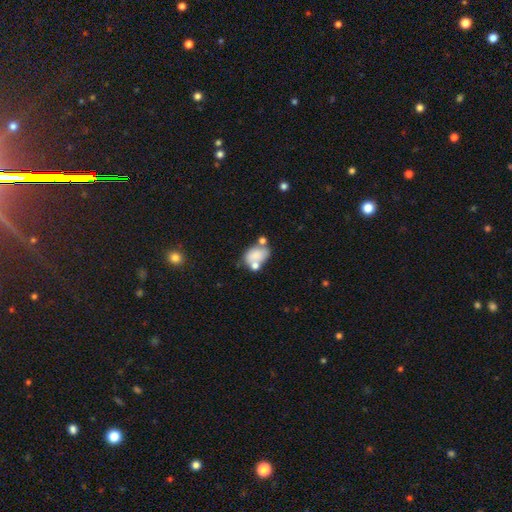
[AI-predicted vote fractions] Overall: smooth (73%). How rounded: in between (79%). Merging: none (38%; merger 34%).